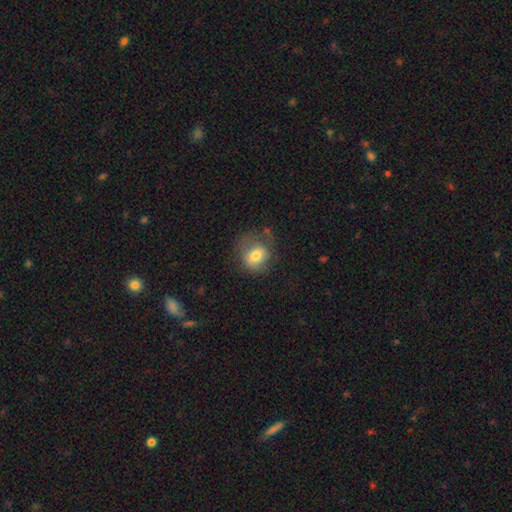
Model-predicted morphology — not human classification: type=smooth (71%); roundness=round (66%); merging=none (48%).